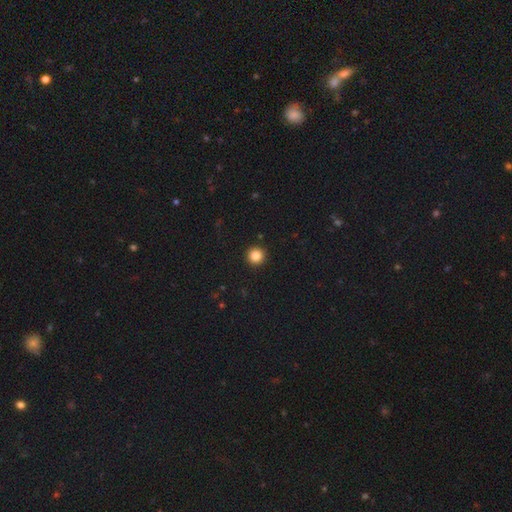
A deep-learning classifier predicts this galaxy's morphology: Overall: smooth (86%). How rounded: round (96%). Merging: none (93%).